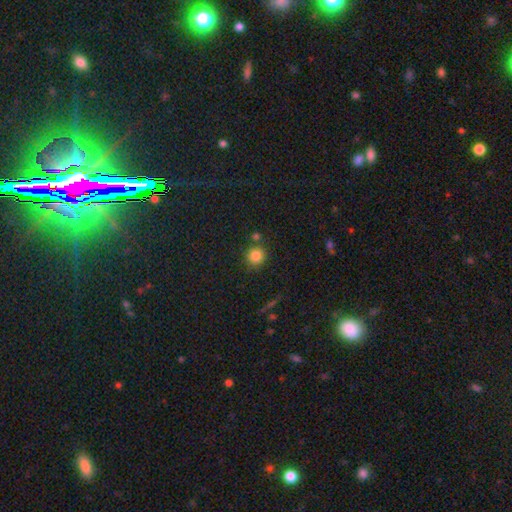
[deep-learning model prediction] Morphology: type=smooth (83%); roundness=round (91%); merging=none (76%).